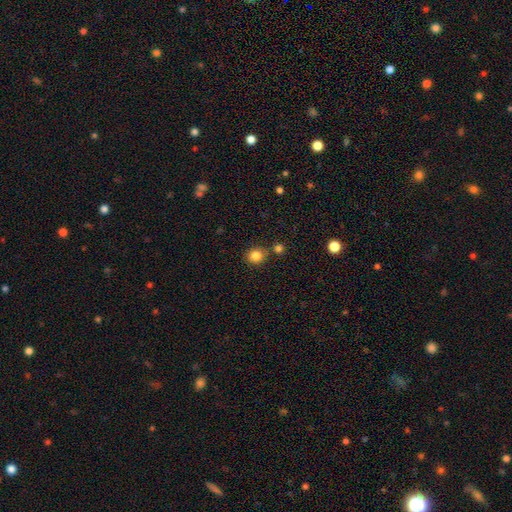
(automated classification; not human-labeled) This is clearly a smooth galaxy (83%). How rounded: clearly round (82%). Merging: likely none (77%).